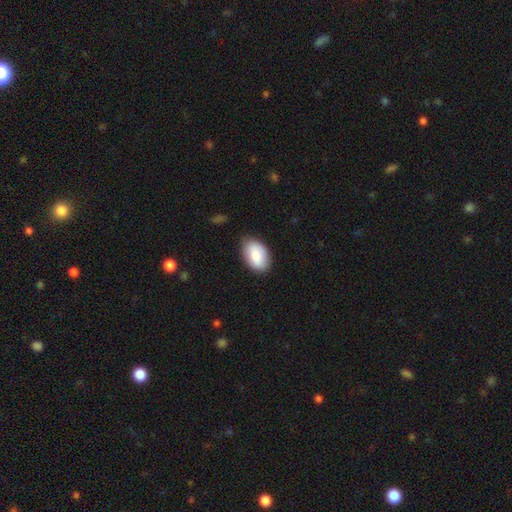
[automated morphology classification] Overall: smooth (82%). How rounded: in between (91%). Merging: none (78%).